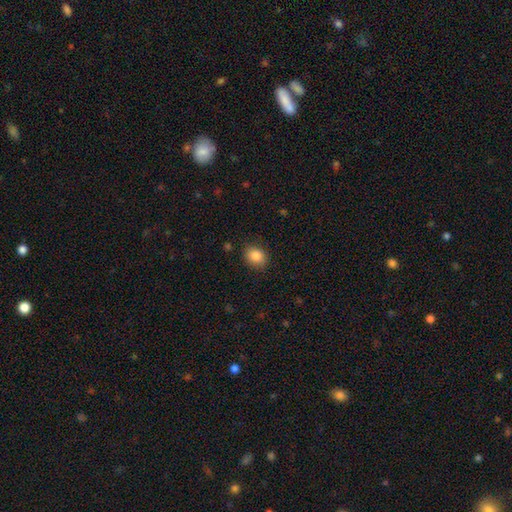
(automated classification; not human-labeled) Smooth or featured? Predicted: smooth (p=0.86). How rounded? Predicted: round (p=0.54). Merging? Predicted: none (p=0.84).